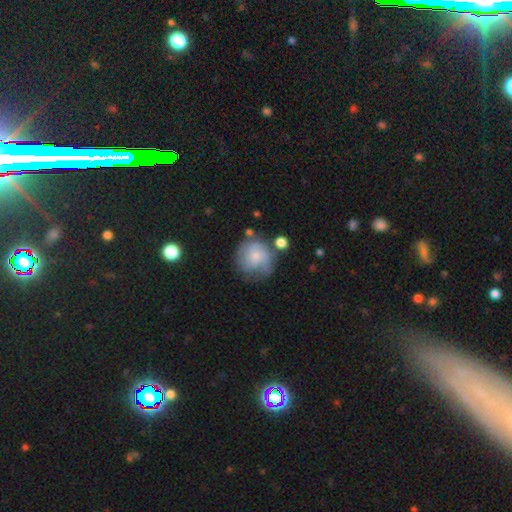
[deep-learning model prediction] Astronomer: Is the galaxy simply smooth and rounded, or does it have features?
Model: featured or disk — 46%, tied with smooth at 46%.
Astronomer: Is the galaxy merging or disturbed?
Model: none — 53%.